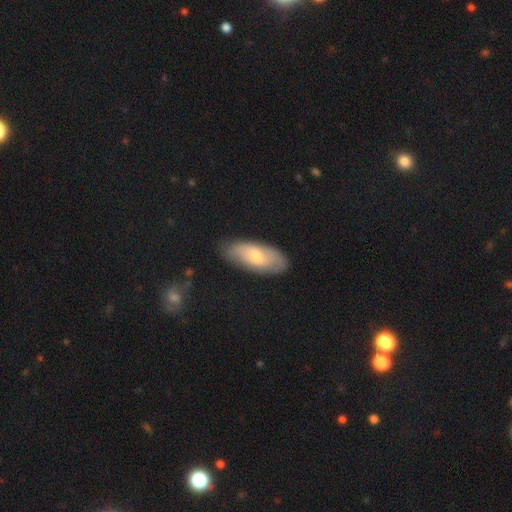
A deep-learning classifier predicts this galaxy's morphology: This appears to be a smooth galaxy with no disk features (57%) that is in between round and cigar-shaped (85%). Merging: none (78%).